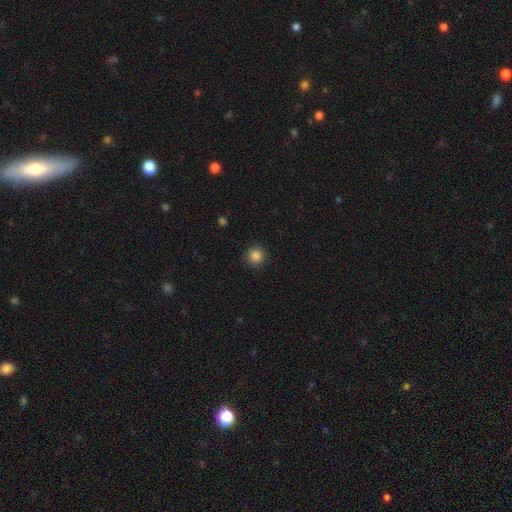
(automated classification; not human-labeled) smooth-or-featured: smooth: 85% | star or artifact: 11% | featured or disk: 4%
  how-rounded: round: 94% | in between: 5% | cigar-shaped: 1%
  merging: none: 91% | minor disturbance: 6% | major disturbance: 2% | merger: 1%